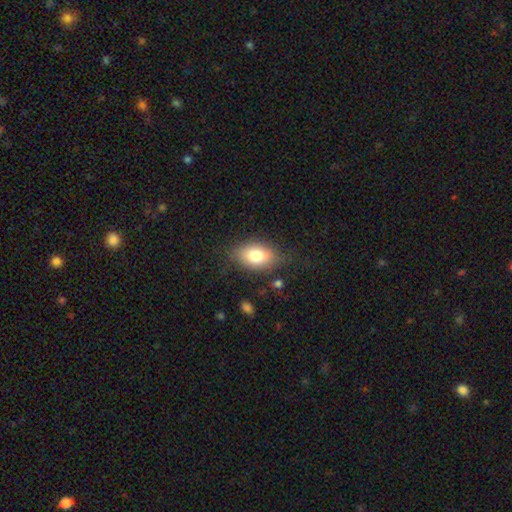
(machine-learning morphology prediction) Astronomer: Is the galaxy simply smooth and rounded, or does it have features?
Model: smooth — 78%.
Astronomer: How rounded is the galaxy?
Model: in between — 87%.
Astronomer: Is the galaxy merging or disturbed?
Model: none — 73%.